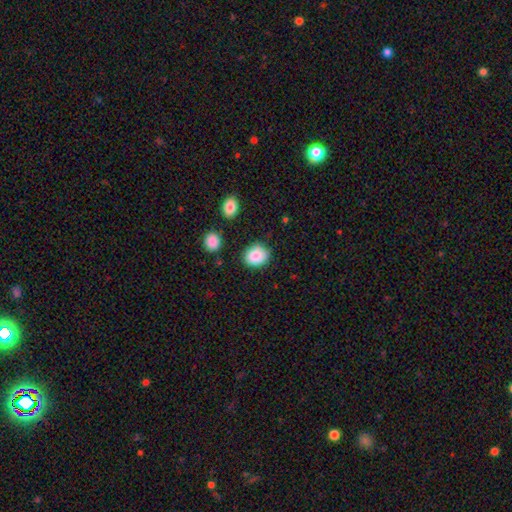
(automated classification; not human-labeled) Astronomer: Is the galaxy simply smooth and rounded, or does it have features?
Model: smooth — 86%.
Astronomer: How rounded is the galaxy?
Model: round — 59% (runner-up: in between, 40%).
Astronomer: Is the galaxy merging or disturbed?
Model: none — 78%.